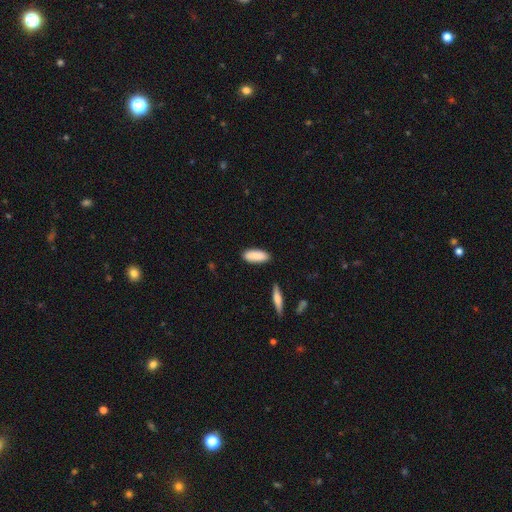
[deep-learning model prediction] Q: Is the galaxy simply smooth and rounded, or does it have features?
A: smooth — 87%.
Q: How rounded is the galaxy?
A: in between — 75%.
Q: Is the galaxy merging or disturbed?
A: none — 85%.